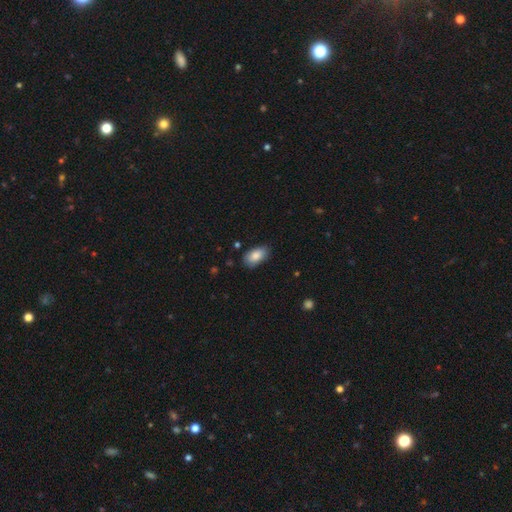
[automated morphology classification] A smooth galaxy with no disk features (86%) that is in between round and cigar-shaped (94%).

Vote fractions:
- Smooth or featured? smooth: 86% / featured or disk: 8% / star or artifact: 7%
- How rounded? in between: 94% / round: 4% / cigar-shaped: 3%
- Merging? none: 80% / minor disturbance: 16% / major disturbance: 3% / merger: 1%